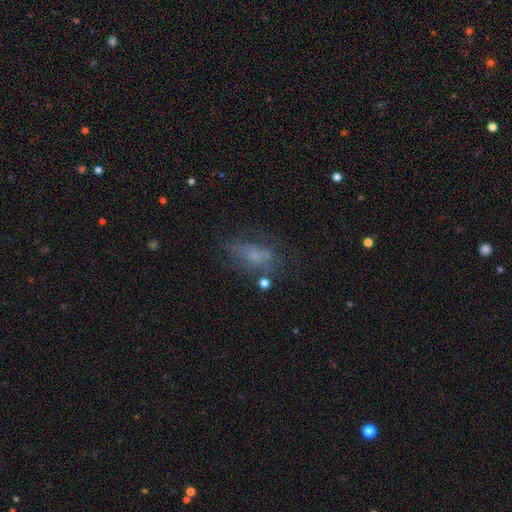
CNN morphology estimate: Smooth or featured?
  - smooth: 53% *
  - featured or disk: 29%
  - star or artifact: 17%
How rounded?
  - in between: 79% *
  - cigar-shaped: 11%
  - round: 10%
Merging?
  - none: 50% *
  - minor disturbance: 22%
  - major disturbance: 22%
  - merger: 5%